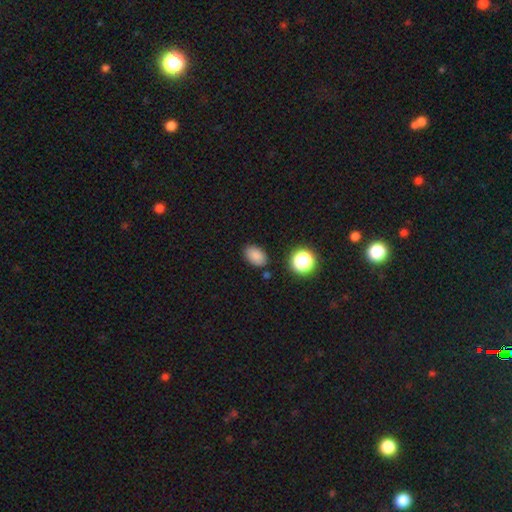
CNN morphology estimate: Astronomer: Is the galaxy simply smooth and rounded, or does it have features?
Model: smooth — 84%.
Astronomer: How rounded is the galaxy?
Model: in between — 86%.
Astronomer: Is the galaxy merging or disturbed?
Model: none — 84%.